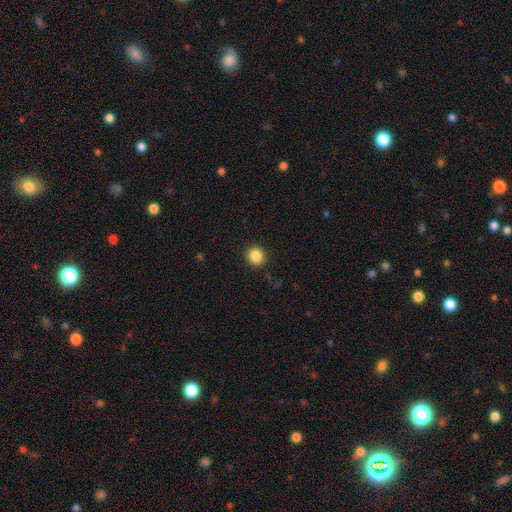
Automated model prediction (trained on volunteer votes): Smooth or featured: smooth — 86% (star or artifact — 10%)
How rounded: round — 87% (in between — 12%)
Merging: none — 91% (minor disturbance — 6%)